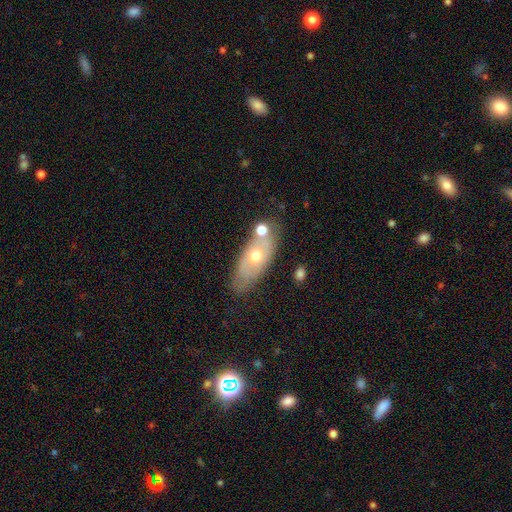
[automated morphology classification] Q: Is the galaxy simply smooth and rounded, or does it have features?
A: featured or disk — 47%.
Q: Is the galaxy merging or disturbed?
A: none — 63%.